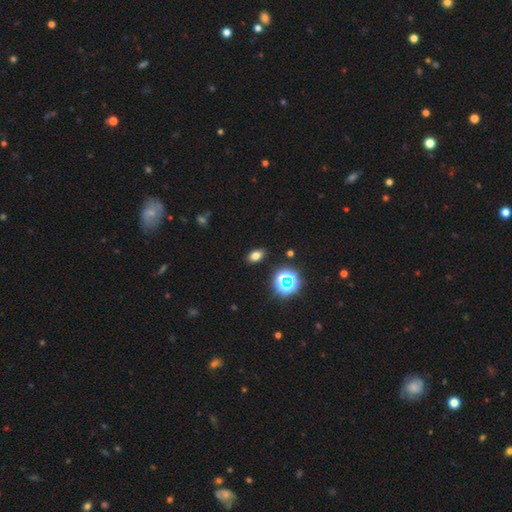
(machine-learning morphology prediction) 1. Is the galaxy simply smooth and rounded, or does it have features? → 71% smooth, 20% star or artifact, 8% featured or disk.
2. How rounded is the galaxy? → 81% in between, 17% round, 2% cigar-shaped.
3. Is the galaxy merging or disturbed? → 88% none, 8% minor disturbance, 2% major disturbance, 2% merger.